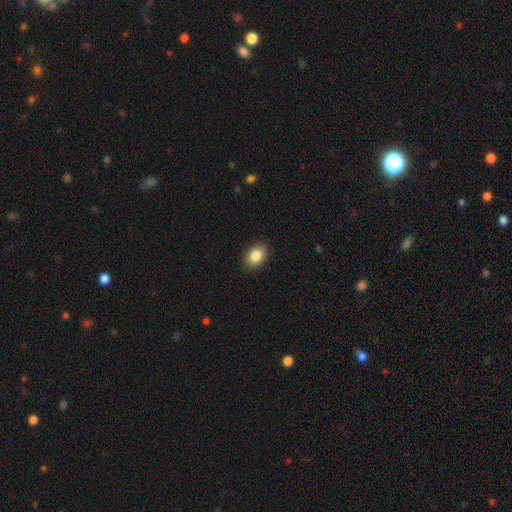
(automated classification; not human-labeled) Smooth or featured: smooth — 86% (star or artifact — 8%)
How rounded: in between — 74% (round — 25%)
Merging: none — 89% (minor disturbance — 8%)